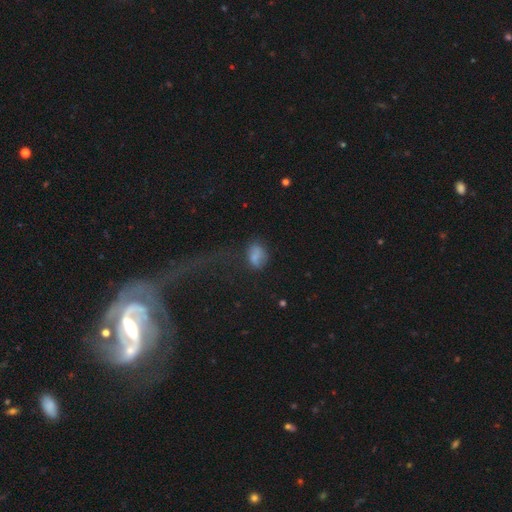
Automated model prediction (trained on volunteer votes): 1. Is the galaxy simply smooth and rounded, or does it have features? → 74% smooth, 14% featured or disk, 12% star or artifact.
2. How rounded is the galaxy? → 75% in between, 23% round, 3% cigar-shaped.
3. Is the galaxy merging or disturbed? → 55% none, 24% minor disturbance, 15% major disturbance, 6% merger.